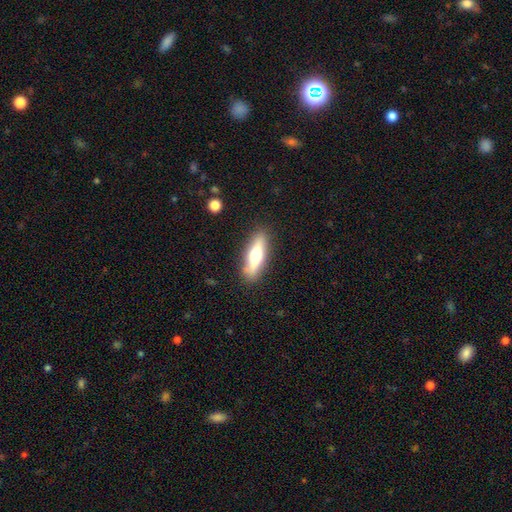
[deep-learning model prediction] Smooth or featured: smooth — 52% (featured or disk — 41%)
How rounded: cigar-shaped — 63% (in between — 34%)
Merging: none — 86% (minor disturbance — 10%)